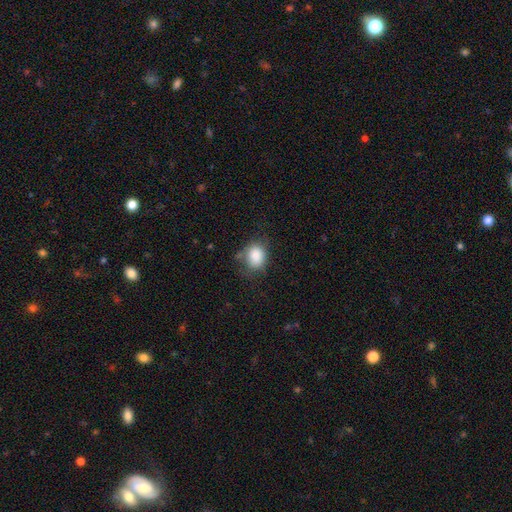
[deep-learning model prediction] smooth_or_featured: smooth (p=0.85) [alt: star or artifact p=0.09]
how_rounded: round (p=0.52) [alt: in between p=0.47]
merging: none (p=0.63) [alt: minor disturbance p=0.26]